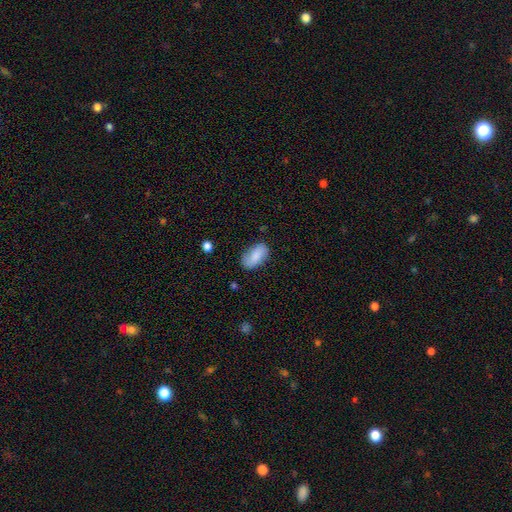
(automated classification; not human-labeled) Smooth or featured?
  - smooth: 82% *
  - featured or disk: 11%
  - star or artifact: 7%
How rounded?
  - in between: 93% *
  - round: 4%
  - cigar-shaped: 3%
Merging?
  - none: 74% *
  - minor disturbance: 20%
  - major disturbance: 4%
  - merger: 2%